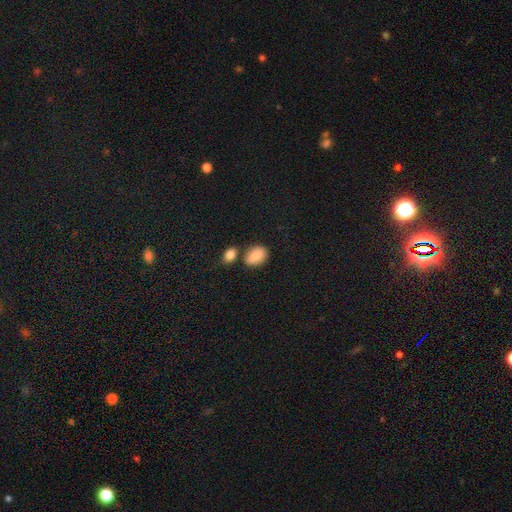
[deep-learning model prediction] smooth_or_featured: smooth (p=0.86) [alt: star or artifact p=0.07]
how_rounded: in between (p=0.81) [alt: round p=0.18]
merging: none (p=0.64) [alt: merger p=0.18]